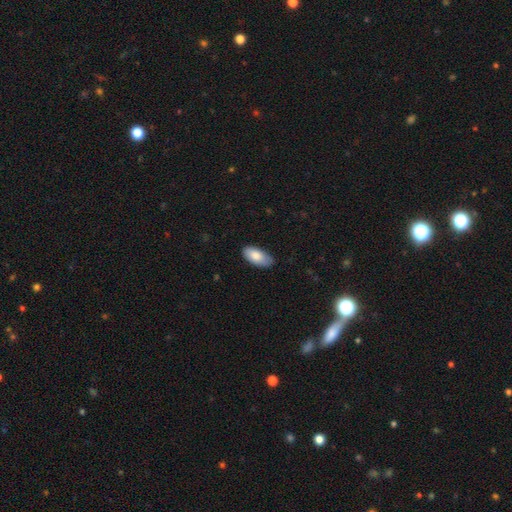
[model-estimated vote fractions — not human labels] Smooth or featured? smooth (83%)
How rounded? in between (94%)
Merging? none (78%)